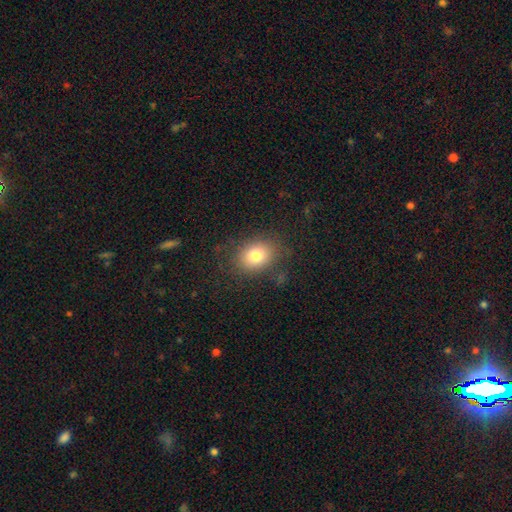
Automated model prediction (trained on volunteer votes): Q: Smooth or featured?
A: smooth (78%); runner-up: star or artifact (11%)
Q: How rounded?
A: in between (54%); runner-up: round (45%)
Q: Merging?
A: none (80%); runner-up: minor disturbance (13%)